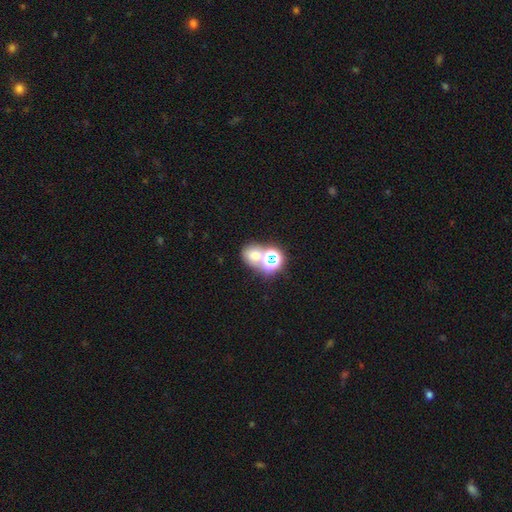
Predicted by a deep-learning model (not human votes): Smooth or featured? smooth (60%)
How rounded? round (63%)
Merging? none (44%)